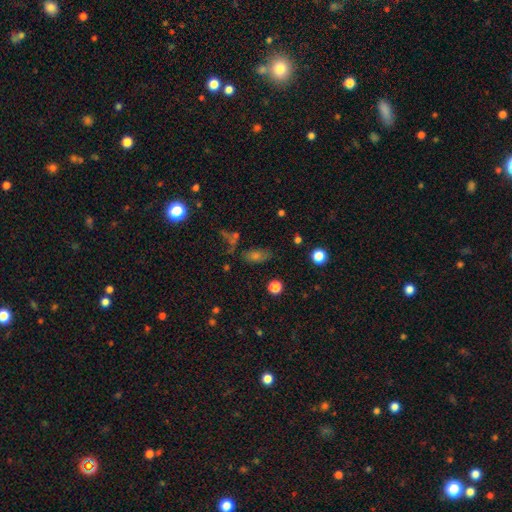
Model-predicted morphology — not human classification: A smooth galaxy with no disk features (56%) that is in between round and cigar-shaped (76%).

Vote fractions:
- Smooth or featured? smooth: 56% / star or artifact: 27% / featured or disk: 17%
- How rounded? in between: 76% / round: 13% / cigar-shaped: 11%
- Merging? none: 66% / minor disturbance: 17% / major disturbance: 8% / merger: 8%